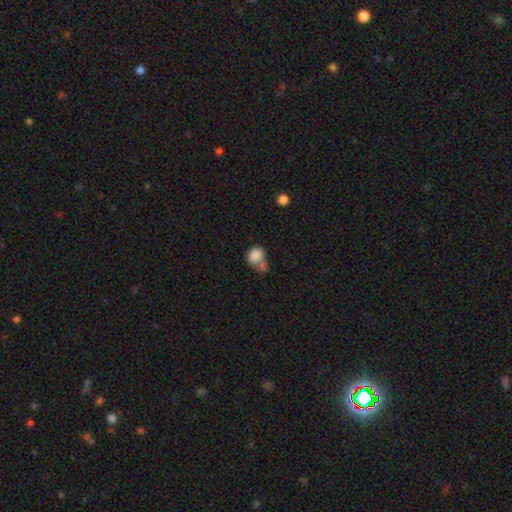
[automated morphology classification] This is clearly a smooth galaxy (84%). How rounded: possibly round (59%). Merging: possibly merger (47%).